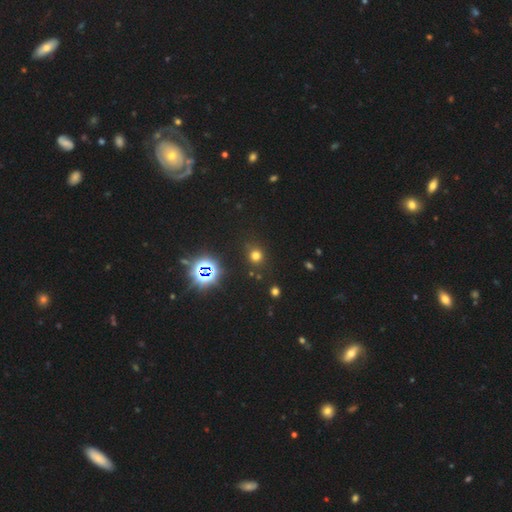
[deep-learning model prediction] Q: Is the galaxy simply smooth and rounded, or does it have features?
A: smooth — 66%.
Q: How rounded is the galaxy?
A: round — 89%.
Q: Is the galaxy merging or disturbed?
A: none — 84%.